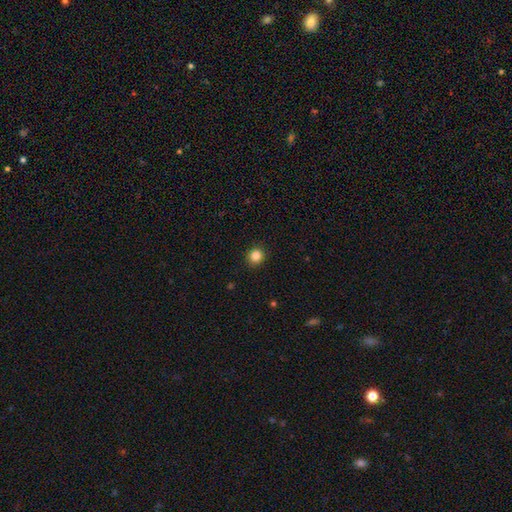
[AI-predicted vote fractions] A smooth galaxy with no disk features (85%) that is round (90%).

Vote fractions:
- Smooth or featured? smooth: 85% / star or artifact: 11% / featured or disk: 4%
- How rounded? round: 90% / in between: 9% / cigar-shaped: 1%
- Merging? none: 92% / minor disturbance: 5% / major disturbance: 2% / merger: 1%